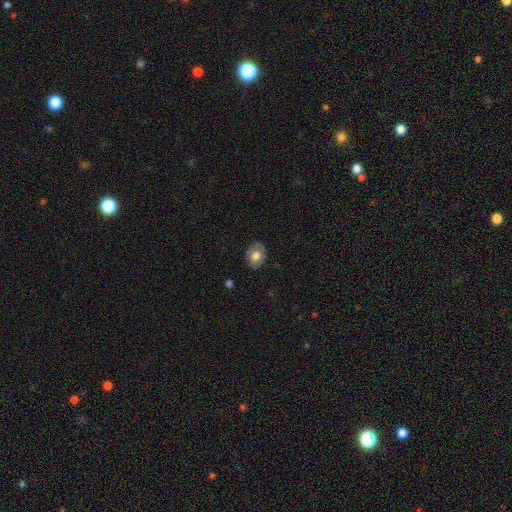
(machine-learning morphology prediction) Smooth or featured? Predicted: smooth (p=0.65). How rounded? Predicted: in between (p=0.69). Merging? Predicted: none (p=0.81).